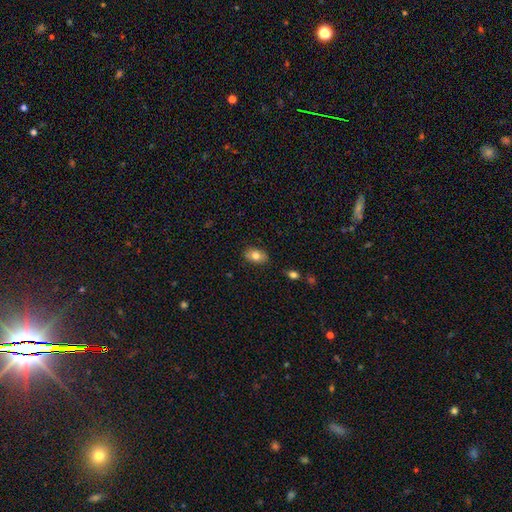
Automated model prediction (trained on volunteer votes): This is clearly a smooth galaxy (81%). How rounded: clearly in between (84%). Merging: clearly none (83%).